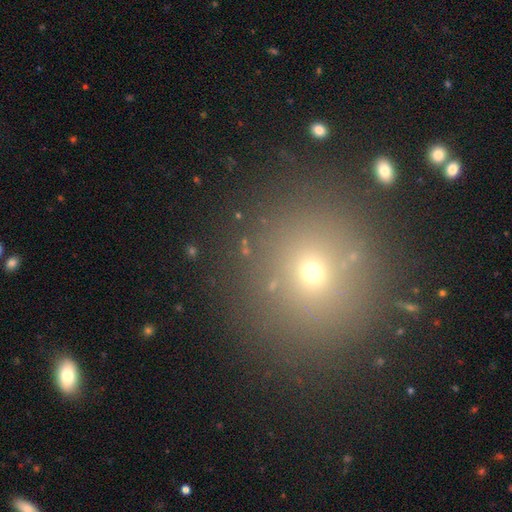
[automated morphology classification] Q: Smooth or featured?
A: smooth (60%); runner-up: star or artifact (30%)
Q: How rounded?
A: round (90%); runner-up: in between (9%)
Q: Merging?
A: none (88%); runner-up: minor disturbance (7%)